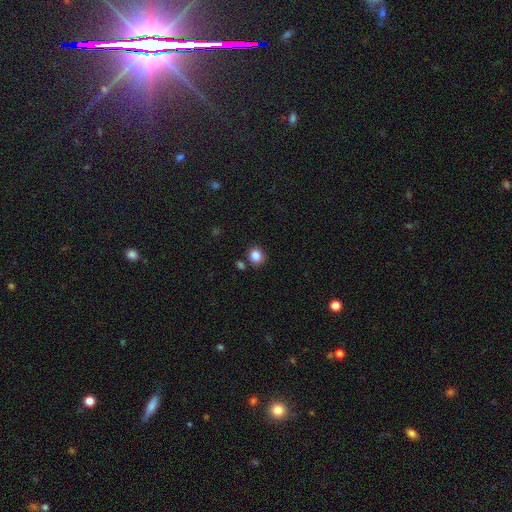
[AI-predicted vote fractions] The model was most divided on "smooth or featured": smooth: 84%, star or artifact: 12%, featured or disk: 4%. More confident: how rounded — round (87%); merging — none (84%).